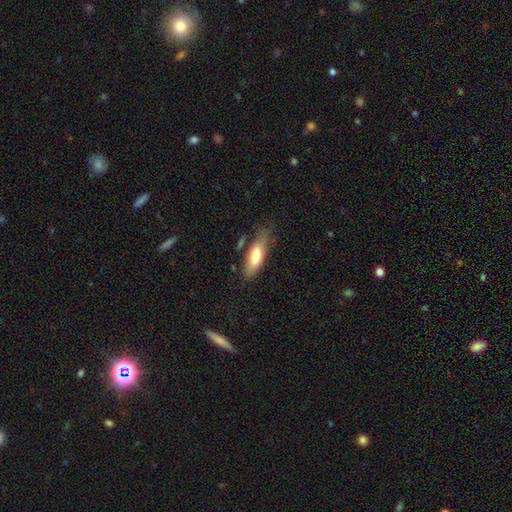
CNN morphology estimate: smooth_or_featured: smooth (p=0.74) [alt: featured or disk p=0.20]
how_rounded: in between (p=0.58) [alt: cigar-shaped p=0.40]
merging: none (p=0.59) [alt: minor disturbance p=0.26]